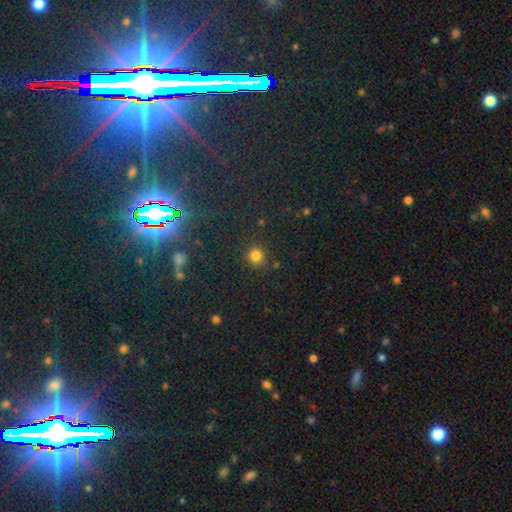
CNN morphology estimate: type=smooth (78%); roundness=round (91%); merging=none (86%).